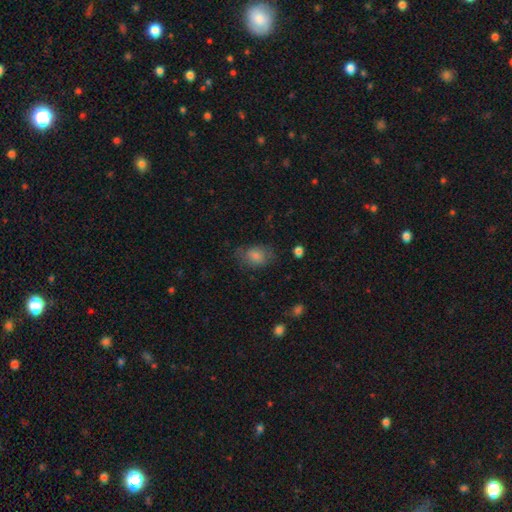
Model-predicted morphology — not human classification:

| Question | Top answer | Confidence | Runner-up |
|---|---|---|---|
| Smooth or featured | smooth | 68% | featured or disk (17%) |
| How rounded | in between | 72% | round (27%) |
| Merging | none | 68% | minor disturbance (22%) |